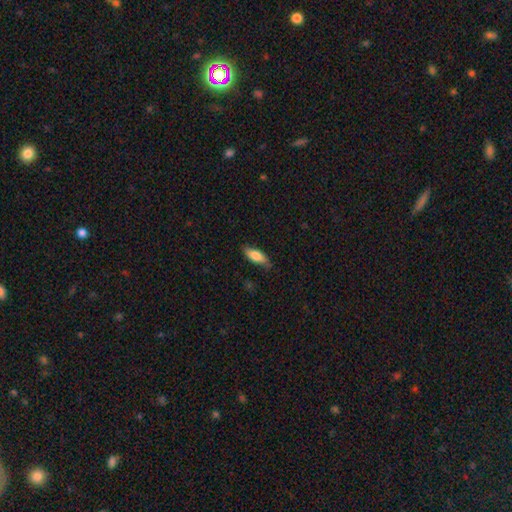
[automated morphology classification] smooth_or_featured: smooth (p=0.77) [alt: featured or disk p=0.17]
how_rounded: in between (p=0.71) [alt: cigar-shaped p=0.26]
merging: none (p=0.76) [alt: minor disturbance p=0.19]